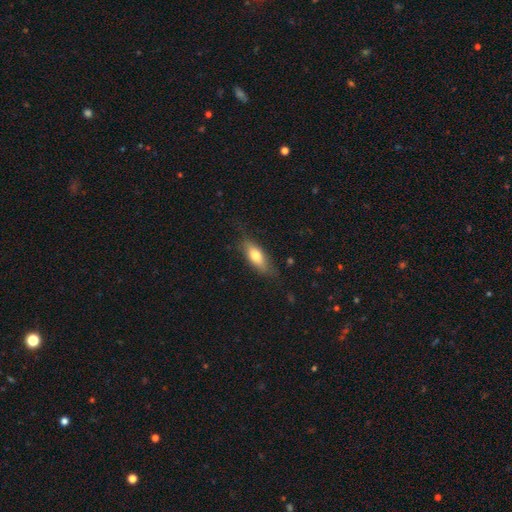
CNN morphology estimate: This is likely a smooth galaxy (69%). How rounded: likely in between (66%). Merging: likely none (74%).